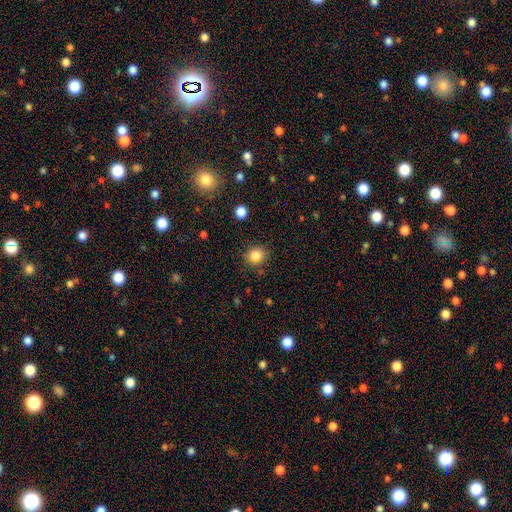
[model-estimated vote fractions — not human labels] Overall: smooth (84%). How rounded: round (65%; in between 34%). Merging: none (82%).